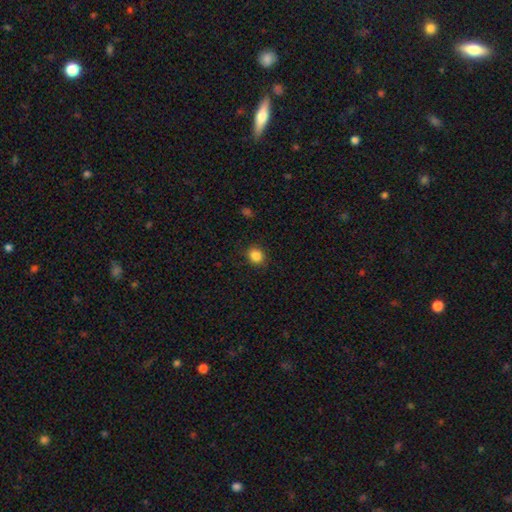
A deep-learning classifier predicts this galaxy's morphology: Smooth or featured? Predicted: smooth (p=0.86). How rounded? Predicted: round (p=0.61). Merging? Predicted: none (p=0.87).